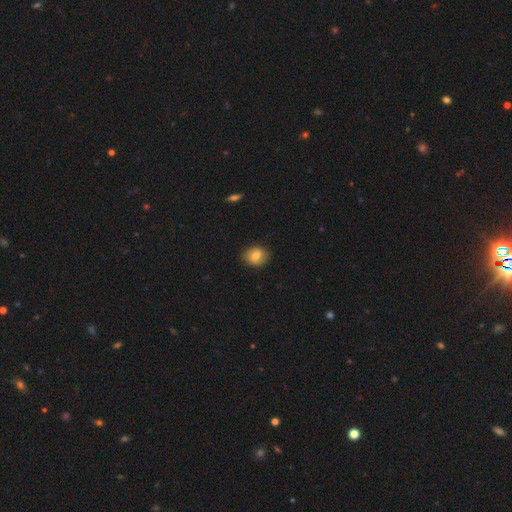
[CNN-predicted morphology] Overall: smooth (77%). How rounded: round (54%; in between 45%). Merging: none (85%).